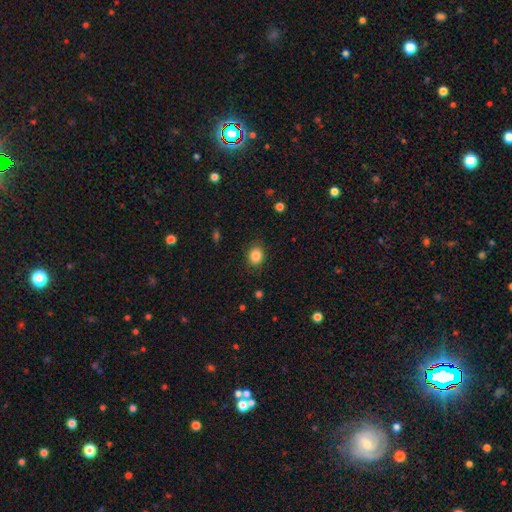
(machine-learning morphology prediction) The model was most divided on "how rounded": round: 62%, in between: 37%, cigar-shaped: 1%. More confident: merging — none (86%); smooth or featured — smooth (86%).